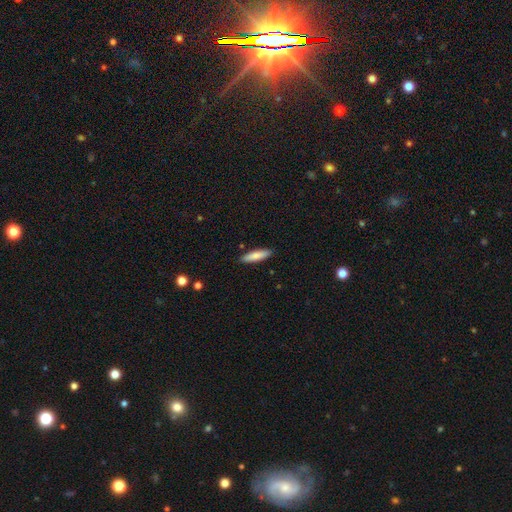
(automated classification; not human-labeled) smooth-or-featured: smooth: 78% | featured or disk: 17% | star or artifact: 6%
  how-rounded: cigar-shaped: 70% | in between: 29% | round: 2%
  merging: none: 90% | minor disturbance: 8% | major disturbance: 2% | merger: 1%